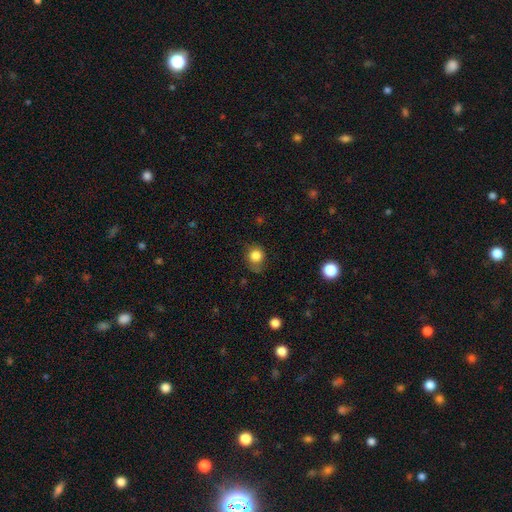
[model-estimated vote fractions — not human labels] The model was most divided on "merging": none: 66%, minor disturbance: 24%, major disturbance: 8%, merger: 2%. More confident: smooth or featured — smooth (83%); how rounded — round (81%).